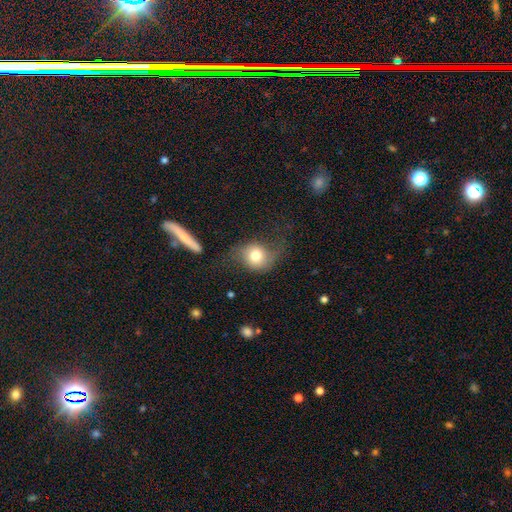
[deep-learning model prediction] Morphology: type=smooth (64%); roundness=round (67%); merging=none (48%).